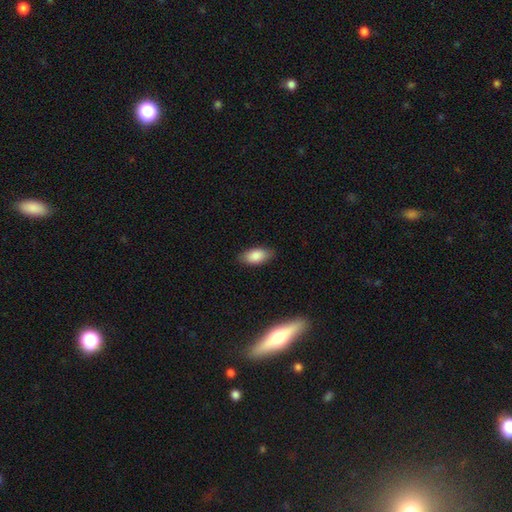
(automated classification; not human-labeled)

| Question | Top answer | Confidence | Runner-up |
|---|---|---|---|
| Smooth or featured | smooth | 85% | featured or disk (7%) |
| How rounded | in between | 91% | cigar-shaped (5%) |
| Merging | none | 84% | minor disturbance (12%) |